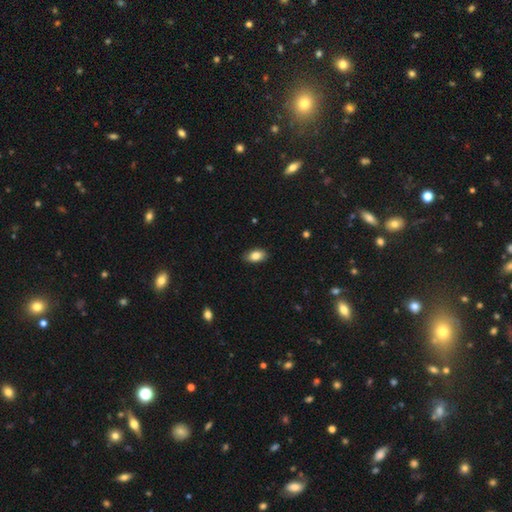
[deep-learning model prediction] Overall: smooth (85%). How rounded: in between (92%). Merging: none (86%).